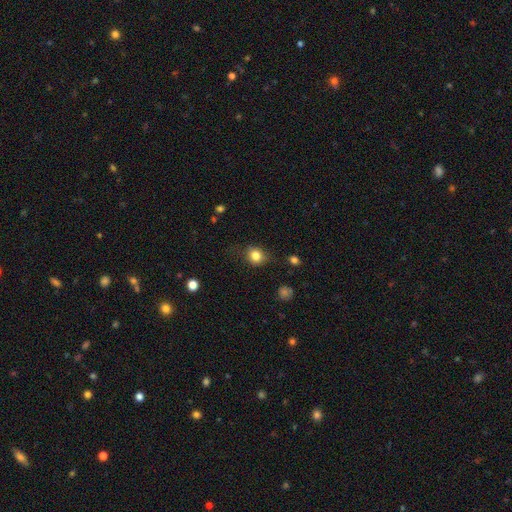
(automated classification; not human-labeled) smooth-or-featured: smooth: 81% | star or artifact: 11% | featured or disk: 7%
  how-rounded: round: 73% | in between: 26% | cigar-shaped: 1%
  merging: none: 73% | minor disturbance: 20% | major disturbance: 6% | merger: 2%